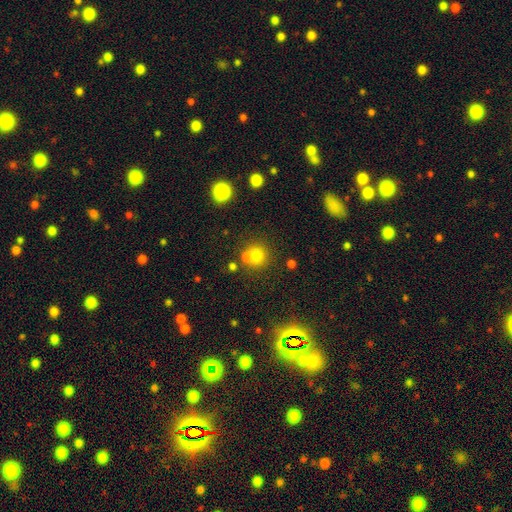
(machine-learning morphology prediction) type=smooth (71%); roundness=round (88%); merging=none (58%).